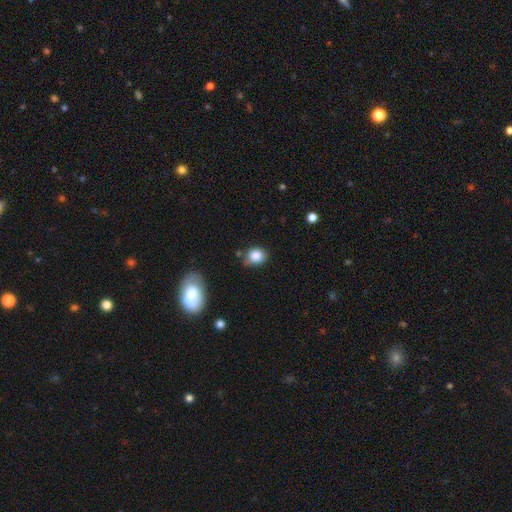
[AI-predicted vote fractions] Q: Smooth or featured?
A: smooth (84%); runner-up: star or artifact (9%)
Q: How rounded?
A: round (66%); runner-up: in between (33%)
Q: Merging?
A: none (60%); runner-up: minor disturbance (29%)